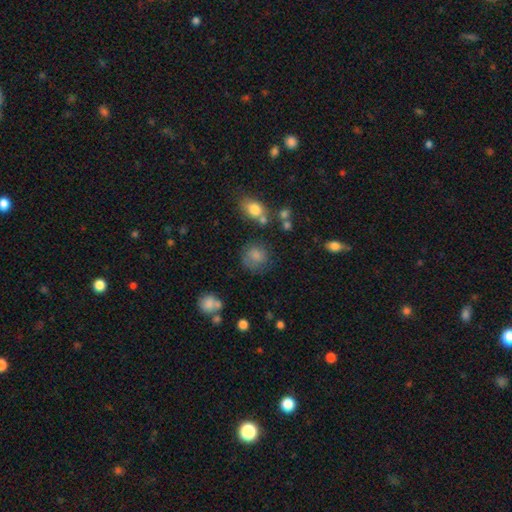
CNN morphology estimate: smooth 75%, featured or disk 12%, star or artifact 12%. Down the decision tree: how rounded — round (81%); merging — none (64%).